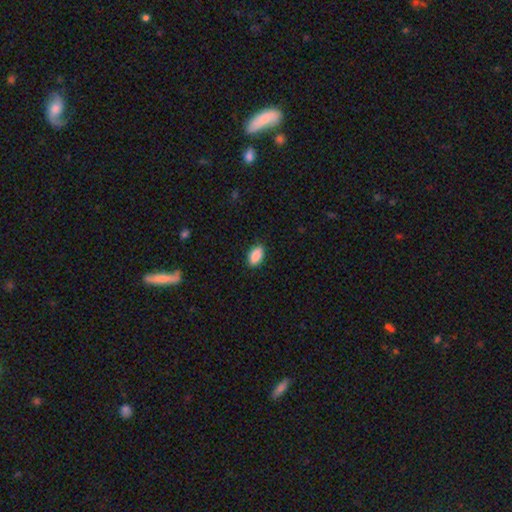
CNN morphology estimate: This appears to be a smooth galaxy with no disk features (89%) that is in between round and cigar-shaped (93%). Merging: none (88%).